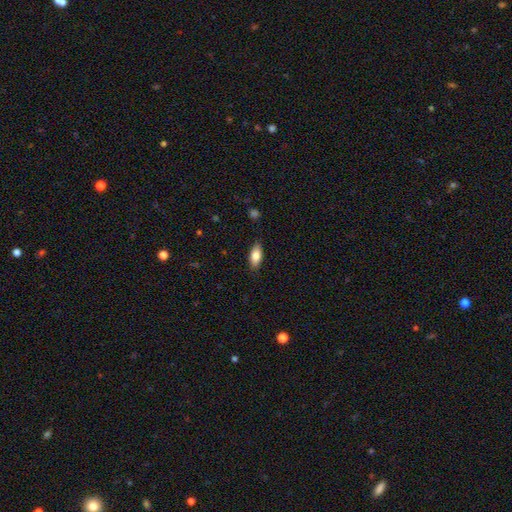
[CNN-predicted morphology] Smooth or featured? smooth (81%)
How rounded? in between (85%)
Merging? none (86%)